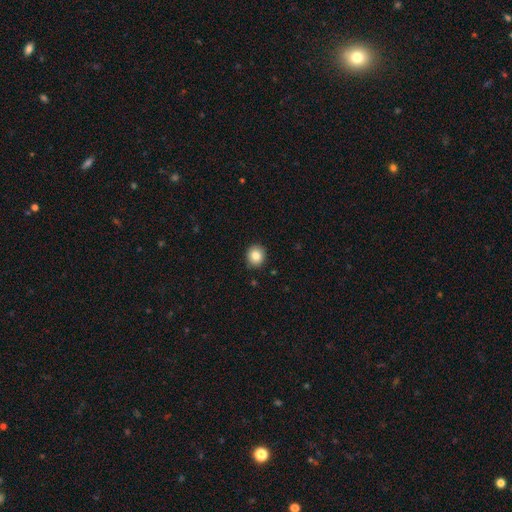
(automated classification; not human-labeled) Smooth or featured: smooth — 84% (star or artifact — 9%)
How rounded: round — 86% (in between — 13%)
Merging: none — 90% (minor disturbance — 7%)